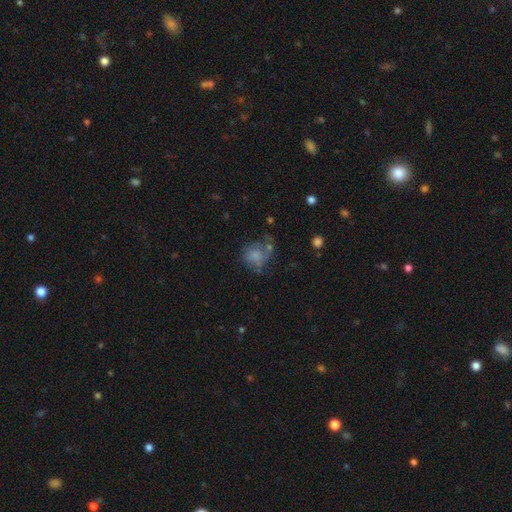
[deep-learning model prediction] Morphology: type=smooth (64%); roundness=round (68%); merging=none (37%).